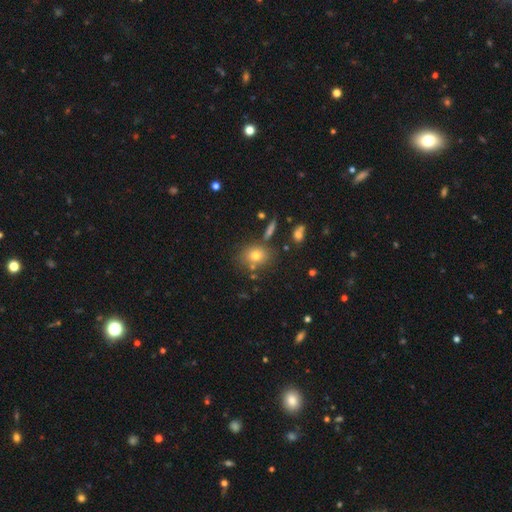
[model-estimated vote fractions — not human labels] This is likely a smooth galaxy (74%). How rounded: likely round (61%). Merging: likely none (74%).